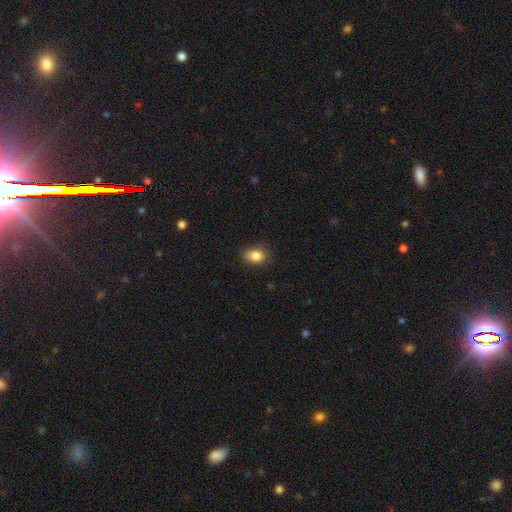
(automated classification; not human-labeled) This is clearly a smooth galaxy (85%). How rounded: likely in between (74%). Merging: likely none (76%).